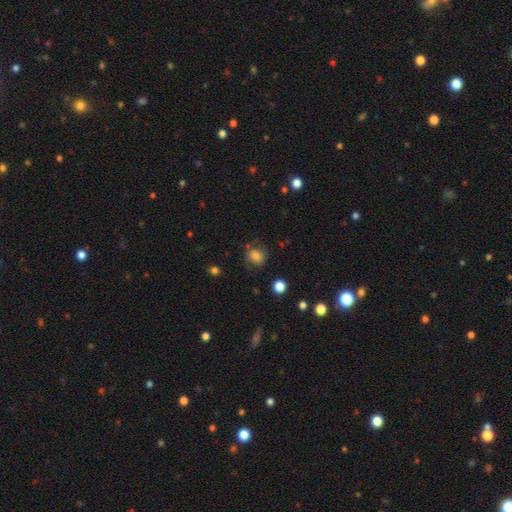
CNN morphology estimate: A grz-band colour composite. It shows a smooth galaxy with no disk features (74%) that is round (67%). Merging: none (70%).